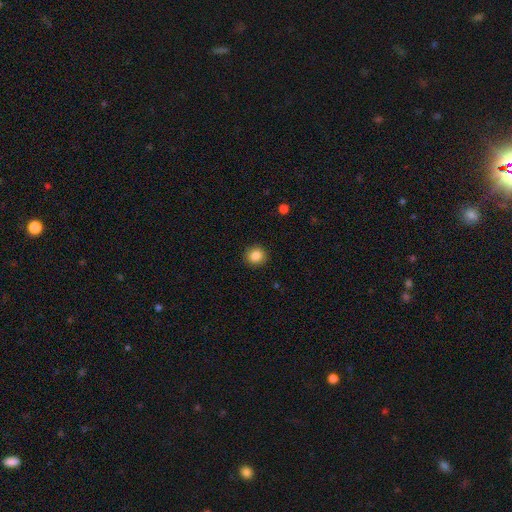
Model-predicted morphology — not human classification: This appears to be a smooth galaxy with no disk features (85%) that is round (89%). Merging: none (91%).